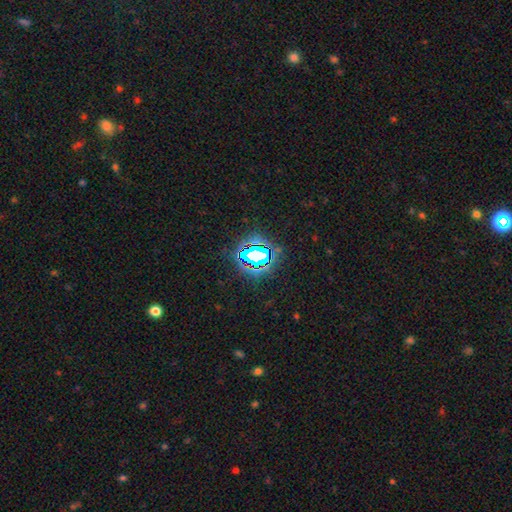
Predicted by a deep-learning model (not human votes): Smooth or featured: star or artifact — 70% (smooth — 17%)